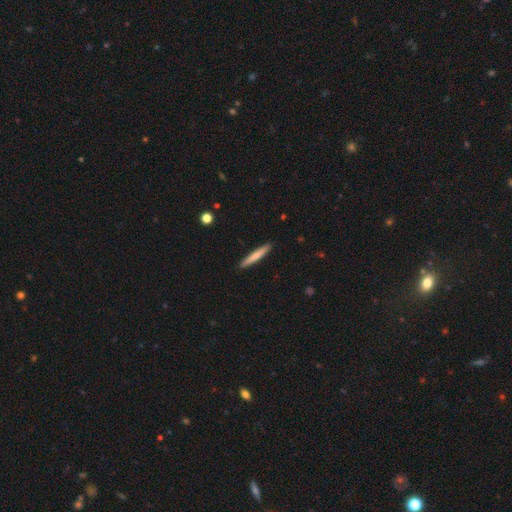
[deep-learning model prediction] smooth 68%, featured or disk 27%, star or artifact 5%. Down the decision tree: how rounded — cigar-shaped (95%); merging — none (91%).